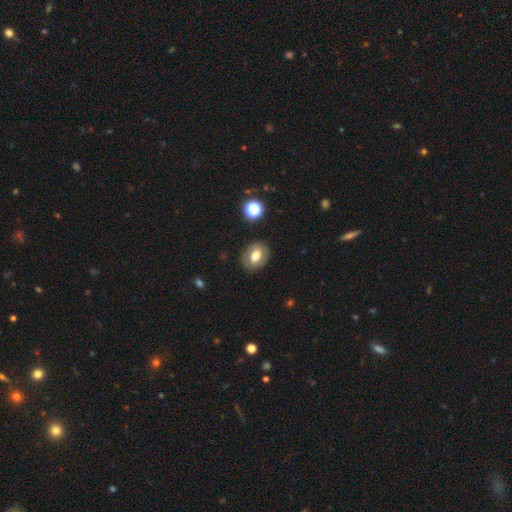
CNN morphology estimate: Smooth or featured?
  - smooth: 63% *
  - featured or disk: 27%
  - star or artifact: 9%
How rounded?
  - in between: 57% *
  - round: 42%
  - cigar-shaped: 1%
Merging?
  - none: 83% *
  - minor disturbance: 11%
  - major disturbance: 4%
  - merger: 2%